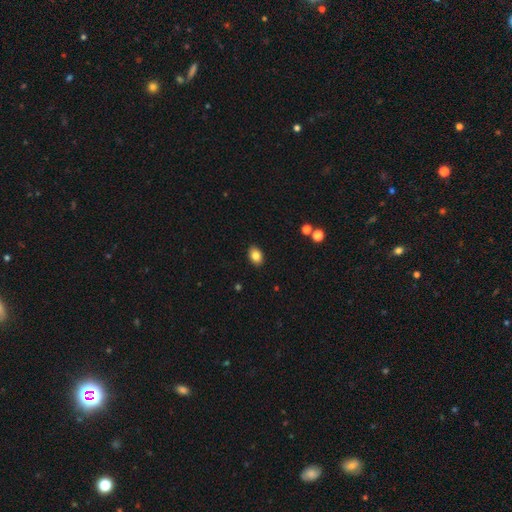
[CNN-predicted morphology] Smooth or featured?
  - smooth: 84% *
  - star or artifact: 9%
  - featured or disk: 7%
How rounded?
  - in between: 83% *
  - round: 16%
  - cigar-shaped: 1%
Merging?
  - none: 90% *
  - minor disturbance: 7%
  - major disturbance: 2%
  - merger: 1%